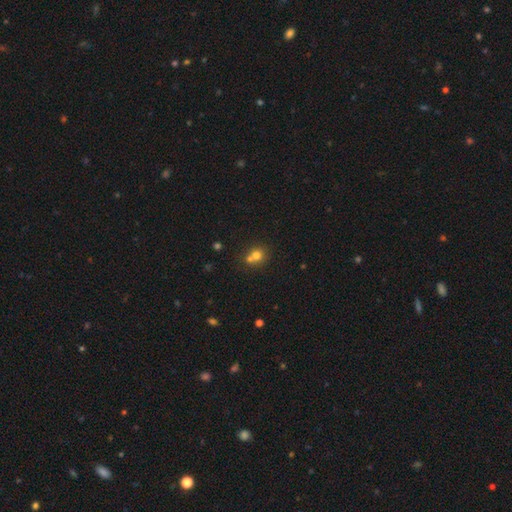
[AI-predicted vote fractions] A smooth galaxy with no disk features (72%) that is round (80%). Merging: merger (46%).